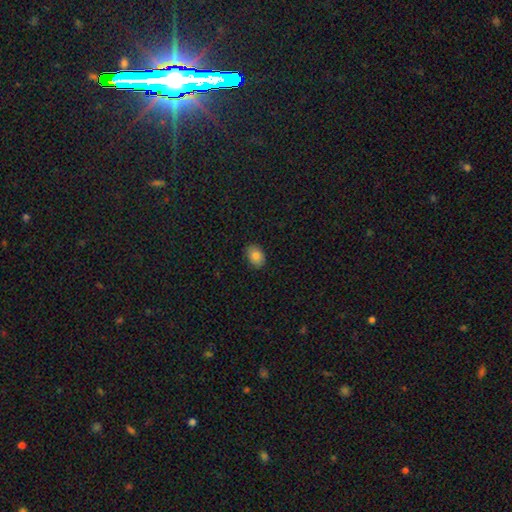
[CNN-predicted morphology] Smooth or featured?
  - smooth: 83% *
  - star or artifact: 9%
  - featured or disk: 8%
How rounded?
  - in between: 78% *
  - round: 21%
  - cigar-shaped: 1%
Merging?
  - none: 87% *
  - minor disturbance: 10%
  - major disturbance: 2%
  - merger: 1%